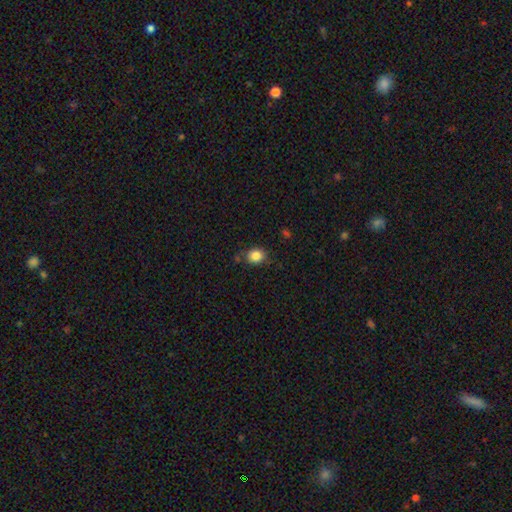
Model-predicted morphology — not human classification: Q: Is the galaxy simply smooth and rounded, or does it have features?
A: smooth — 85%.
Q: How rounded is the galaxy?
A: round — 66%.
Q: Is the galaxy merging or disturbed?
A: none — 78%.